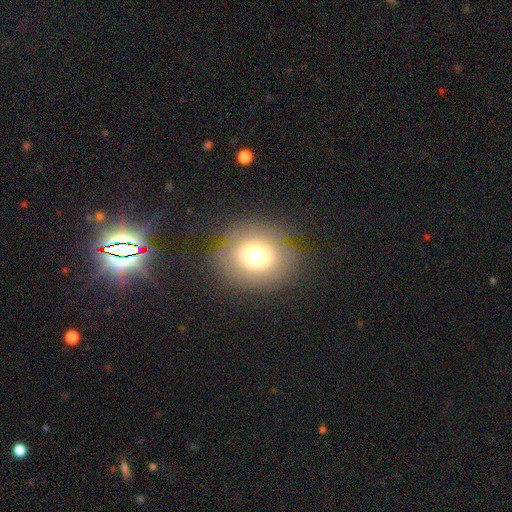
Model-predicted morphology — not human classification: Smooth or featured? Predicted: smooth (p=0.66). How rounded? Predicted: round (p=0.72). Merging? Predicted: none (p=0.72).